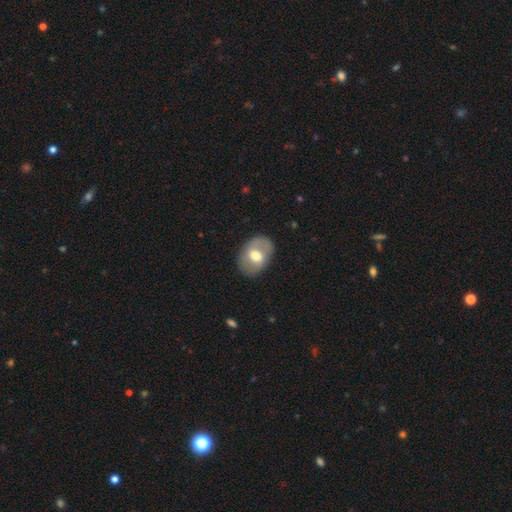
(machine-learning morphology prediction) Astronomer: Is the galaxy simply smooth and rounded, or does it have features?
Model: smooth — 50% (runner-up: featured or disk, 43%).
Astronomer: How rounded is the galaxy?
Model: in between — 75%.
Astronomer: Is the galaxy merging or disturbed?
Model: none — 81%.